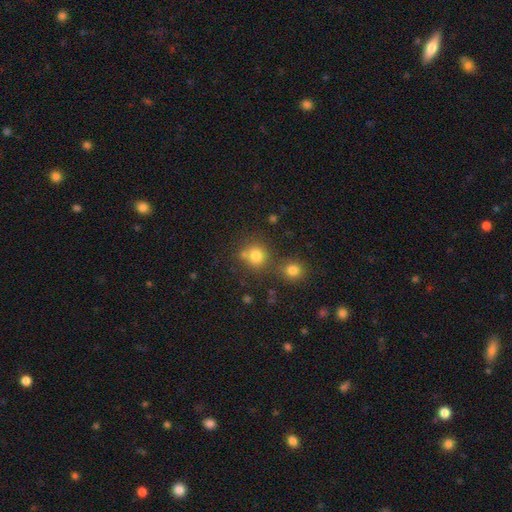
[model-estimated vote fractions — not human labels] A smooth galaxy with no disk features (79%) that is round (90%).

Vote fractions:
- Smooth or featured? smooth: 79% / star or artifact: 14% / featured or disk: 7%
- How rounded? round: 90% / in between: 9% / cigar-shaped: 1%
- Merging? none: 67% / merger: 20% / minor disturbance: 9% / major disturbance: 4%